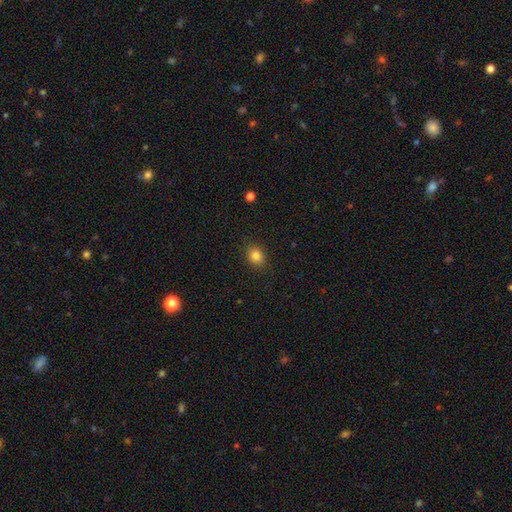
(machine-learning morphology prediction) smooth 84%, star or artifact 11%, featured or disk 5%. Down the decision tree: how rounded — round (55%); merging — none (89%).